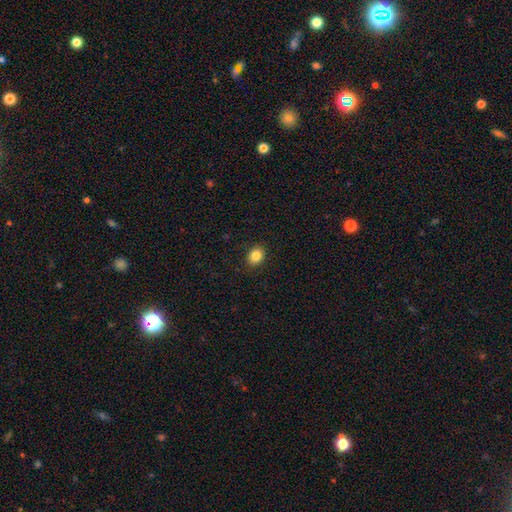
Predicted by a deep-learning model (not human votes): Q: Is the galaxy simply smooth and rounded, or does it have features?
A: smooth — 84%.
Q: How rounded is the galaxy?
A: in between — 50%.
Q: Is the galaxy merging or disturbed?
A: none — 89%.